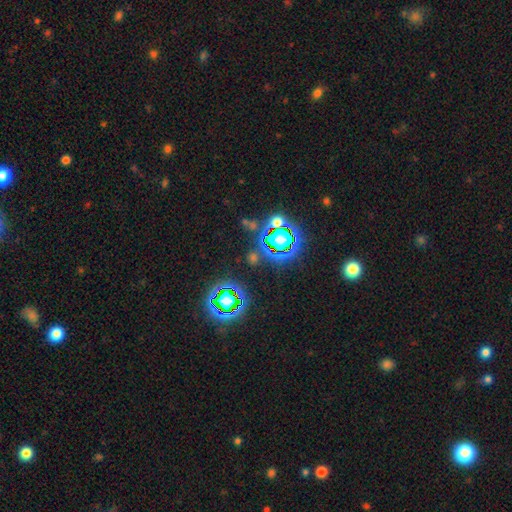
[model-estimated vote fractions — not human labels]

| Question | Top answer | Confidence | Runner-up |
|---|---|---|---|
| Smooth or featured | star or artifact | 74% | smooth (16%) |